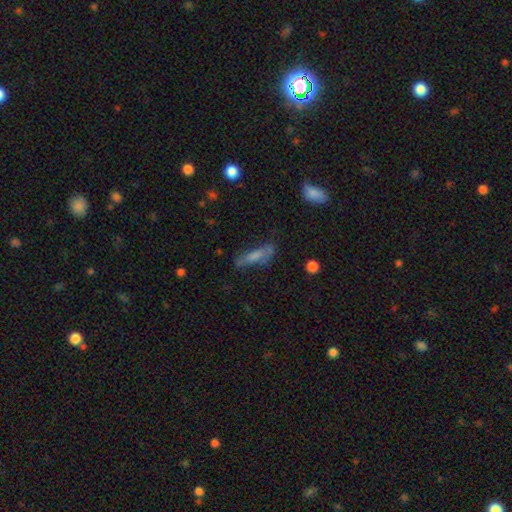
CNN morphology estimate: A smooth galaxy with no disk features (61%) that is cigar-shaped (63%).

Vote fractions:
- Smooth or featured? smooth: 61% / featured or disk: 30% / star or artifact: 9%
- How rounded? cigar-shaped: 63% / in between: 34% / round: 2%
- Merging? none: 62% / minor disturbance: 23% / major disturbance: 11% / merger: 4%